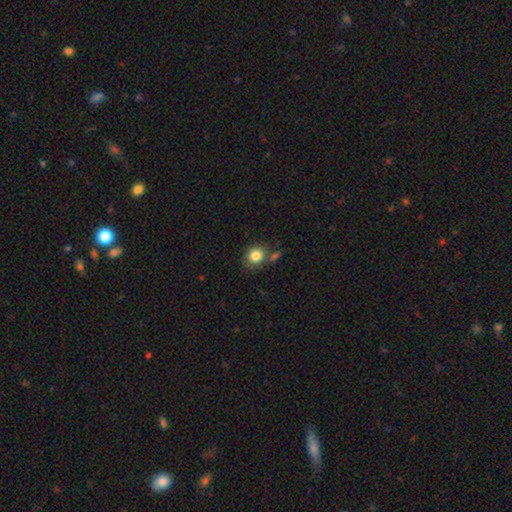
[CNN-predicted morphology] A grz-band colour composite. It shows a smooth galaxy with no disk features (84%) that is round (77%). Merging: none (66%).